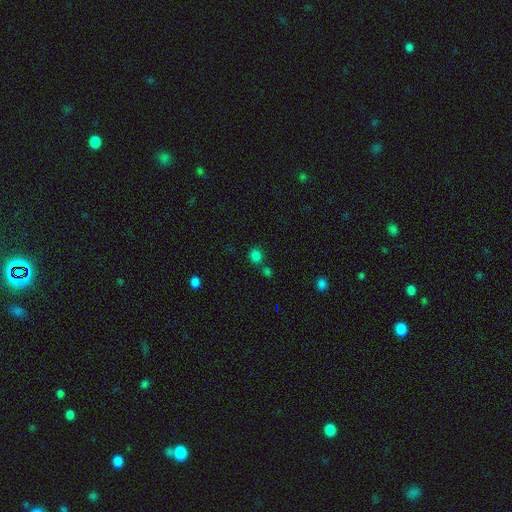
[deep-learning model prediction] A smooth galaxy with no disk features (79%) that is round (80%). Merging: none (70%).